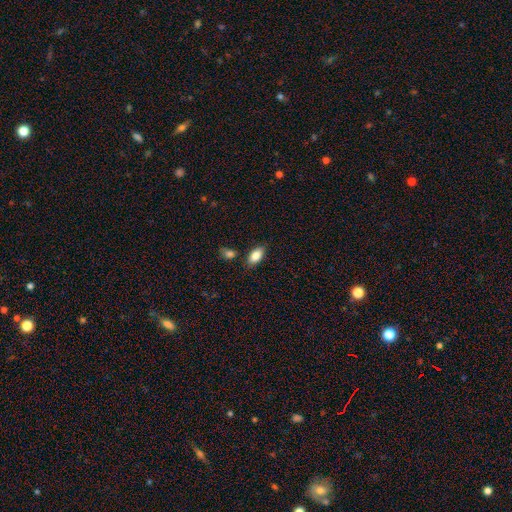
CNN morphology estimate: This is clearly a smooth galaxy (84%). How rounded: clearly in between (91%). Merging: clearly none (81%).